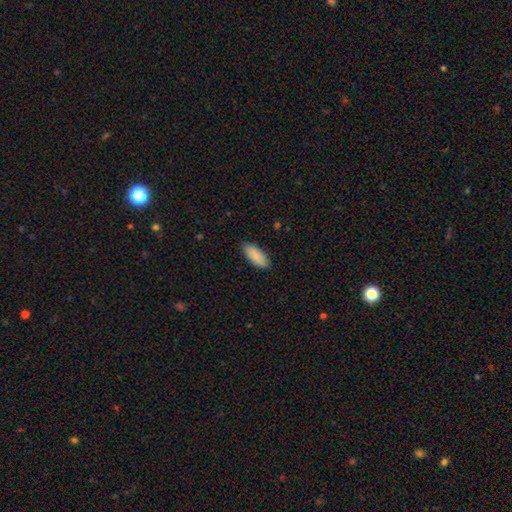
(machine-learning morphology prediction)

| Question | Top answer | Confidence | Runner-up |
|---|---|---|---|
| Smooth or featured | smooth | 89% | star or artifact (6%) |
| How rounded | in between | 82% | cigar-shaped (16%) |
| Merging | none | 87% | minor disturbance (10%) |